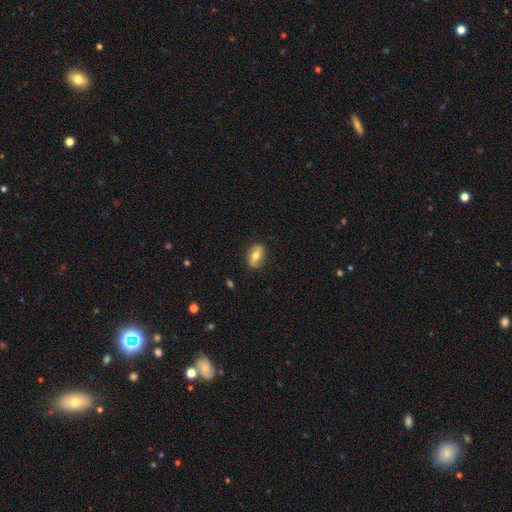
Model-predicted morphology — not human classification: Smooth or featured? smooth (57%)
How rounded? in between (80%)
Merging? none (84%)